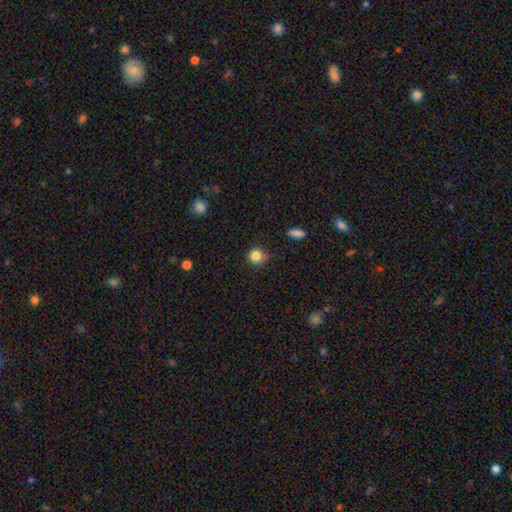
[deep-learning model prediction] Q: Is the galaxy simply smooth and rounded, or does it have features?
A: smooth — 83%.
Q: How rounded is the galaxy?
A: round — 86%.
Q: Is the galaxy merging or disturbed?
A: none — 73%.